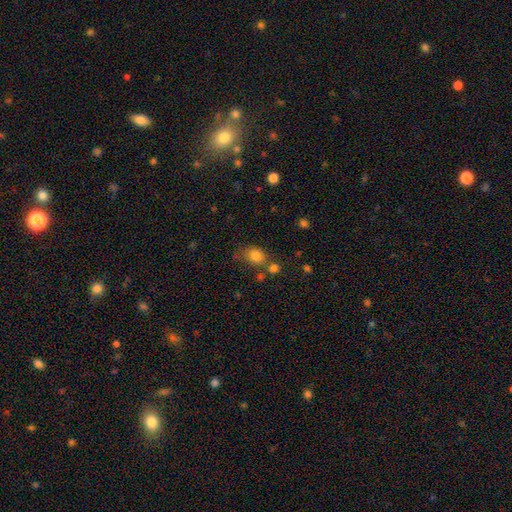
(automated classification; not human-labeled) This appears to be a smooth galaxy with no disk features (81%) that is round (54%). Merging: none (61%).